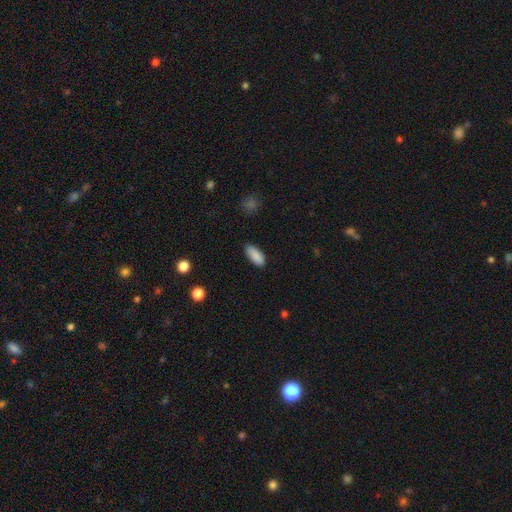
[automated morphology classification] Smooth or featured: smooth — 89% (star or artifact — 7%)
How rounded: in between — 86% (cigar-shaped — 12%)
Merging: none — 82% (minor disturbance — 14%)